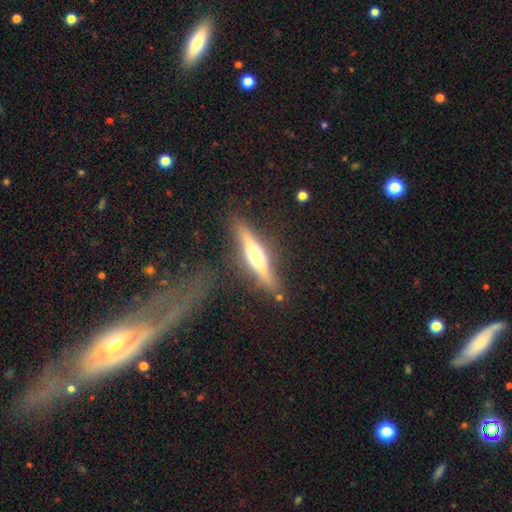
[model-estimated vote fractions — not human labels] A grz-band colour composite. It shows a featured or disk galaxy (67%) viewed edge-on (94%) with a rounded central bulge (91%). Merging: none (74%).